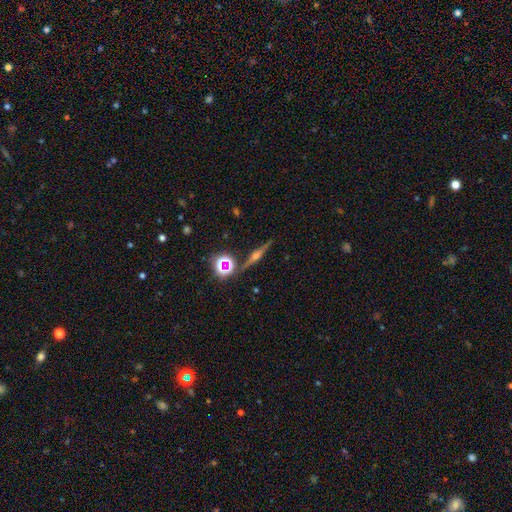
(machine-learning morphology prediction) smooth_or_featured: featured or disk (p=0.75) [alt: star or artifact p=0.13]
disk_edge_on: yes (p=0.97) [alt: no p=0.03]
edge_on_bulge: rounded (p=0.91) [alt: boxy p=0.06]
merging: none (p=0.88) [alt: minor disturbance p=0.07]